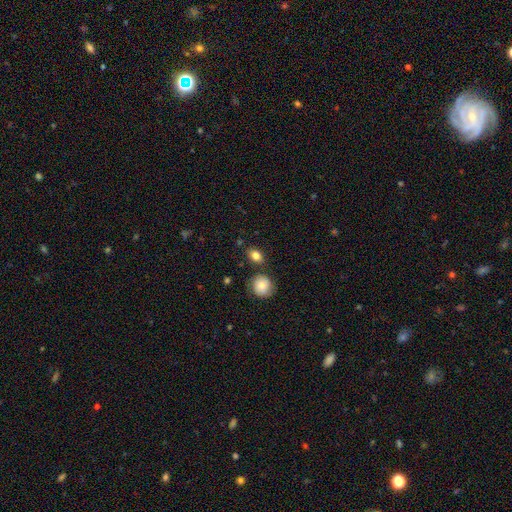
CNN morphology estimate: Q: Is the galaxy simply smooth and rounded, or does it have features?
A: smooth — 82%.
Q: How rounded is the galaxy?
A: in between — 61%.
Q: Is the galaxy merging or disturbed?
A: none — 77%.